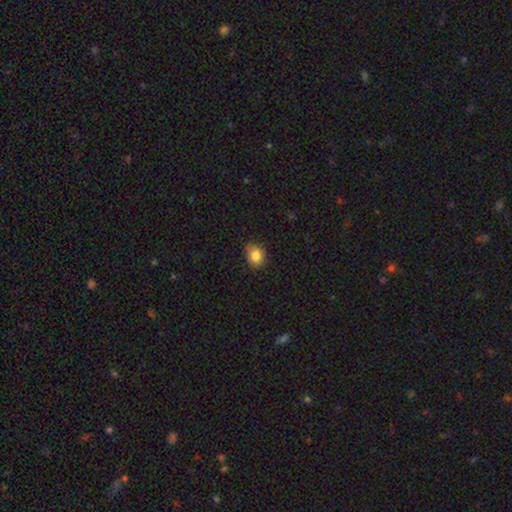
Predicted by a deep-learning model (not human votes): Smooth or featured? Predicted: smooth (p=0.84). How rounded? Predicted: round (p=0.53). Merging? Predicted: none (p=0.78).